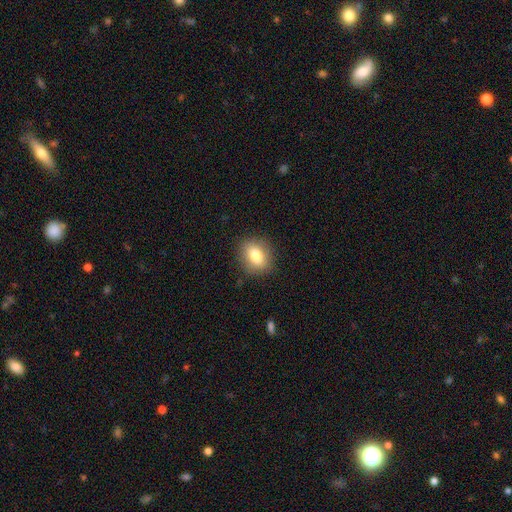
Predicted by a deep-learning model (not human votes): Overall: smooth (79%). How rounded: in between (58%; round 40%). Merging: none (87%).